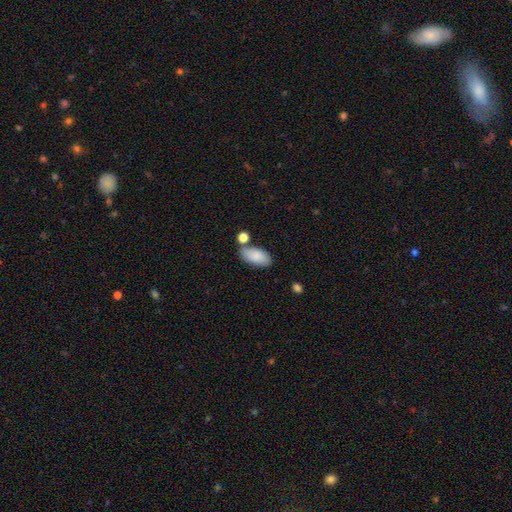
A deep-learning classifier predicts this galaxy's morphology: Smooth or featured? Predicted: smooth (p=0.85). How rounded? Predicted: in between (p=0.93). Merging? Predicted: none (p=0.67).